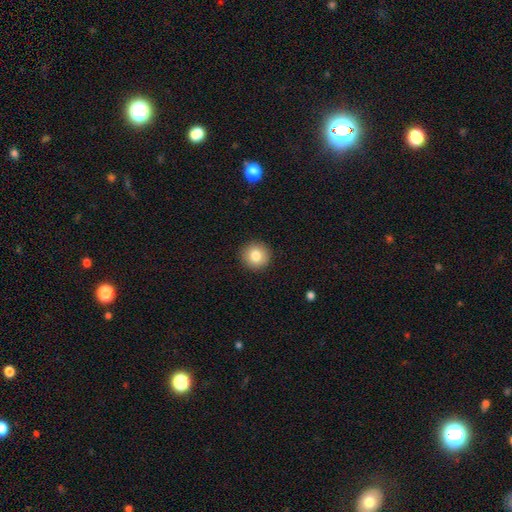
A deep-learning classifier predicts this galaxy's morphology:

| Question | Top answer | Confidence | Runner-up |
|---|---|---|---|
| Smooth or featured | smooth | 82% | star or artifact (9%) |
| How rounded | round | 93% | in between (6%) |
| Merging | none | 92% | minor disturbance (5%) |